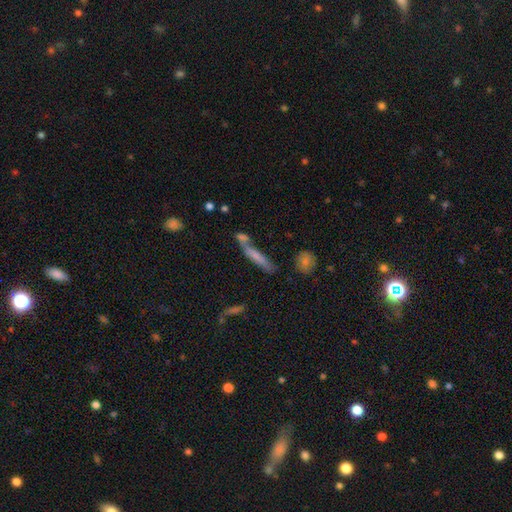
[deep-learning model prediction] Overall: smooth (60%; featured or disk 30%). How rounded: cigar-shaped (87%). Merging: none (47%; merger 33%).